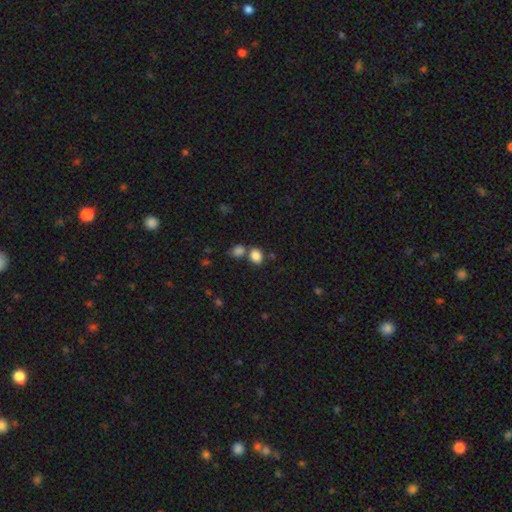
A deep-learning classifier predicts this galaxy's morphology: Overall: smooth (85%). How rounded: in between (58%; round 41%). Merging: none (56%; merger 30%).